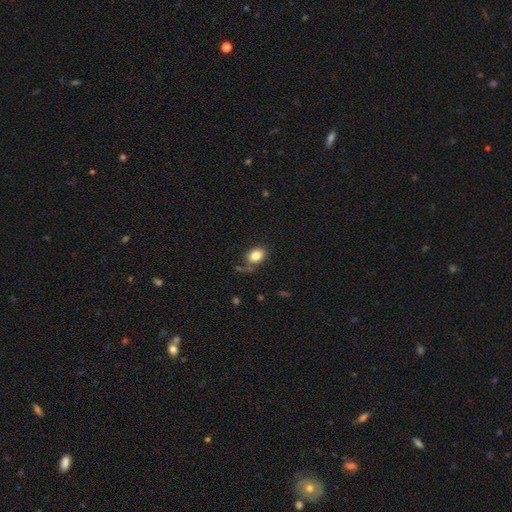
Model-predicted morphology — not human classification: A smooth galaxy with no disk features (82%) that is in between round and cigar-shaped (71%).

Vote fractions:
- Smooth or featured? smooth: 82% / star or artifact: 9% / featured or disk: 8%
- How rounded? in between: 71% / round: 27% / cigar-shaped: 1%
- Merging? none: 72% / minor disturbance: 16% / merger: 7% / major disturbance: 6%